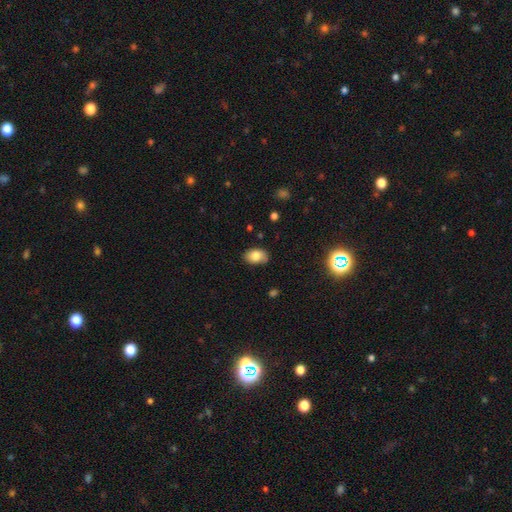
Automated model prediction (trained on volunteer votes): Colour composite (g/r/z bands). It shows a smooth galaxy with no disk features (81%) that is in between round and cigar-shaped (88%). Merging: none (81%).